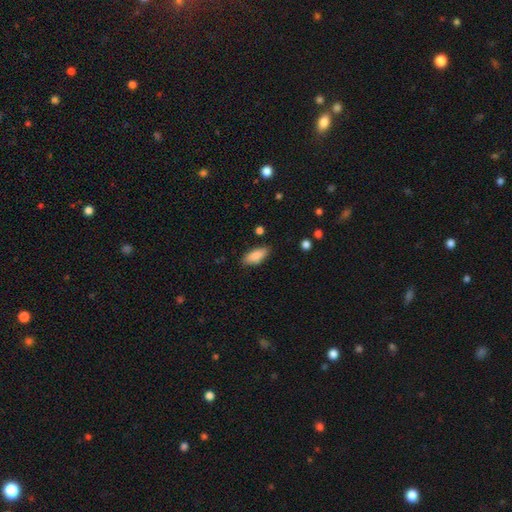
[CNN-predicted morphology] Q: Smooth or featured?
A: smooth (87%); runner-up: featured or disk (7%)
Q: How rounded?
A: in between (82%); runner-up: cigar-shaped (16%)
Q: Merging?
A: none (84%); runner-up: minor disturbance (12%)